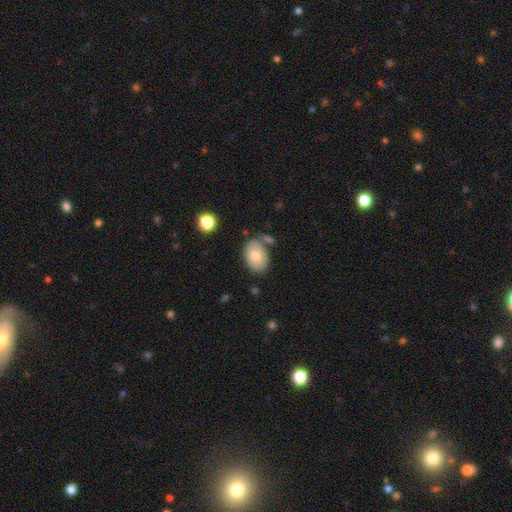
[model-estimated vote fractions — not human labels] The model was most divided on "merging": none: 72%, minor disturbance: 16%, merger: 9%, major disturbance: 4%. More confident: how rounded — in between (87%); smooth or featured — smooth (76%).